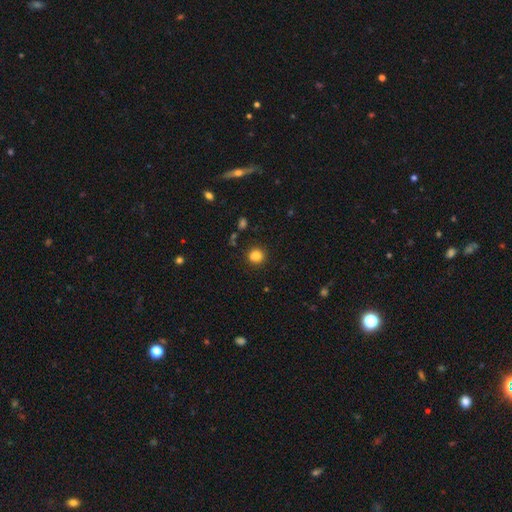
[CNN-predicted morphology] Smooth or featured? Predicted: smooth (p=0.81). How rounded? Predicted: round (p=0.87). Merging? Predicted: none (p=0.77).